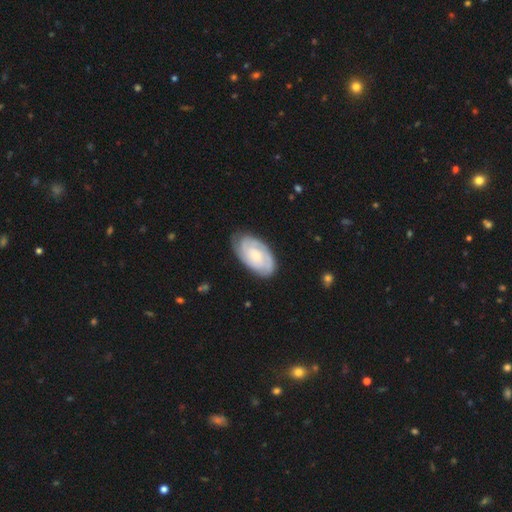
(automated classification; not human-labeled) This is likely a featured or disk galaxy (75%). It is clearly not viewed edge-on (96%). Bar: likely no (68%). Spiral arm pattern: clearly yes (94%). Spiral arm count: possibly 2 (46%). Spiral winding: likely tight (70%). Central bulge: possibly small (46%). Merging: likely none (77%).